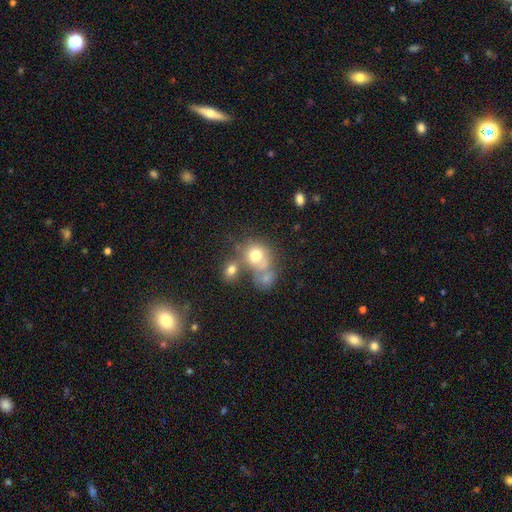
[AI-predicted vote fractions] Smooth or featured: smooth — 70% (featured or disk — 19%)
How rounded: round — 69% (in between — 30%)
Merging: merger — 46% (none — 32%)